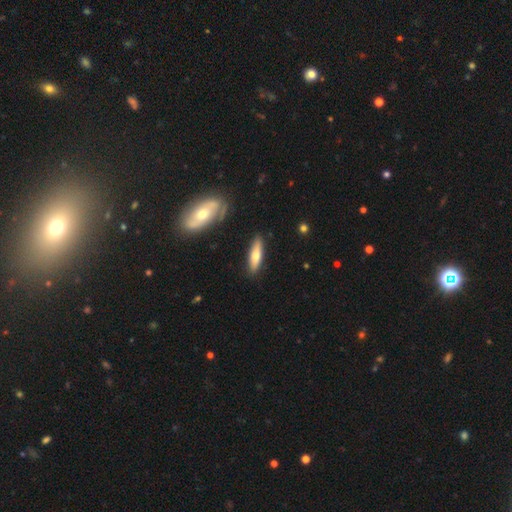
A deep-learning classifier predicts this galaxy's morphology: smooth-or-featured: smooth: 63% | featured or disk: 31% | star or artifact: 6%
  how-rounded: cigar-shaped: 64% | in between: 34% | round: 2%
  merging: none: 85% | minor disturbance: 10% | merger: 3% | major disturbance: 2%